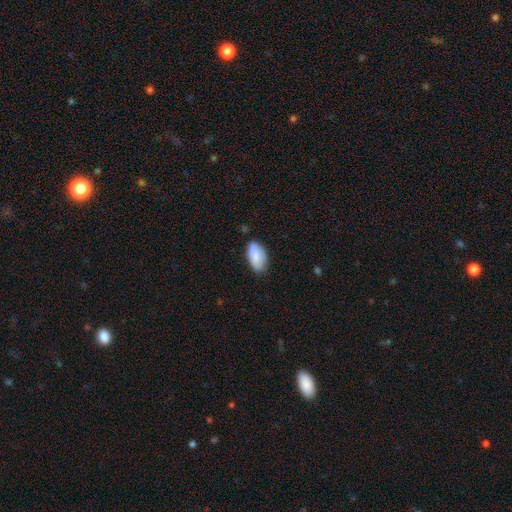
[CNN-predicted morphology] Overall: smooth (79%). How rounded: in between (95%). Merging: none (71%).